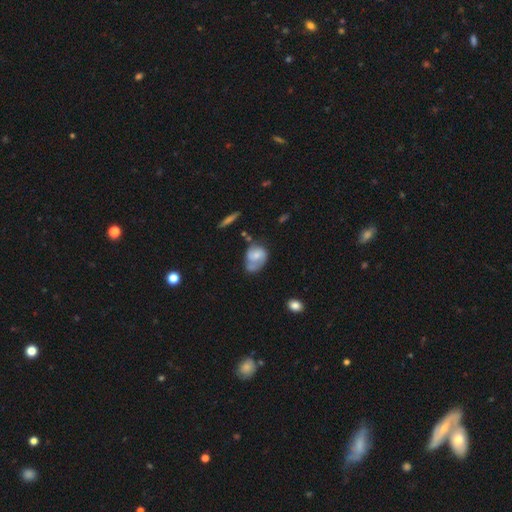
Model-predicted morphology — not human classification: A smooth galaxy with no disk features (46%, tied with featured or disk). Merging: none (36%).